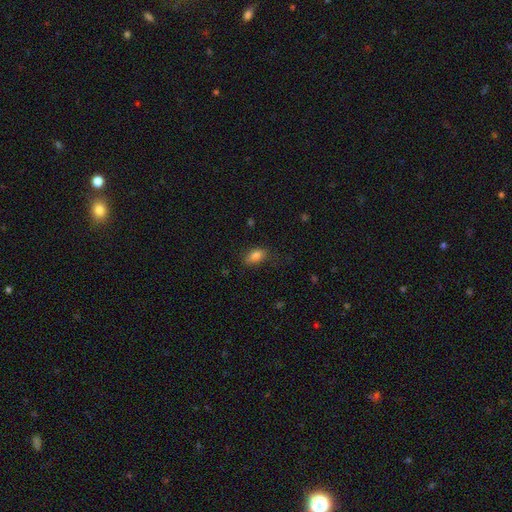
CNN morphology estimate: smooth 83%, star or artifact 9%, featured or disk 7%. Down the decision tree: how rounded — in between (87%); merging — none (74%).